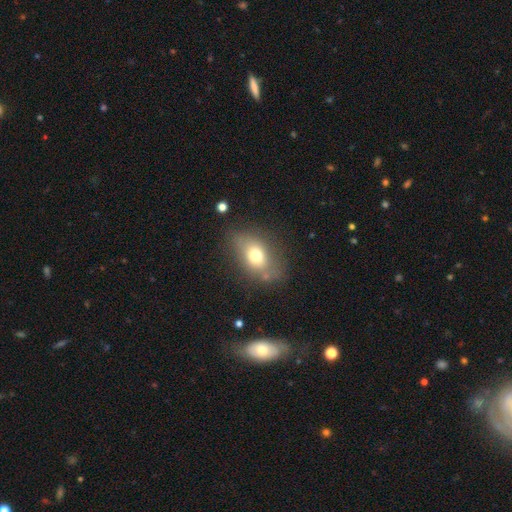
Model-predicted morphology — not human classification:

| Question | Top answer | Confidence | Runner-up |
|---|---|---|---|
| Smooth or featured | smooth | 69% | featured or disk (20%) |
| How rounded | in between | 79% | round (18%) |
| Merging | none | 70% | minor disturbance (18%) |